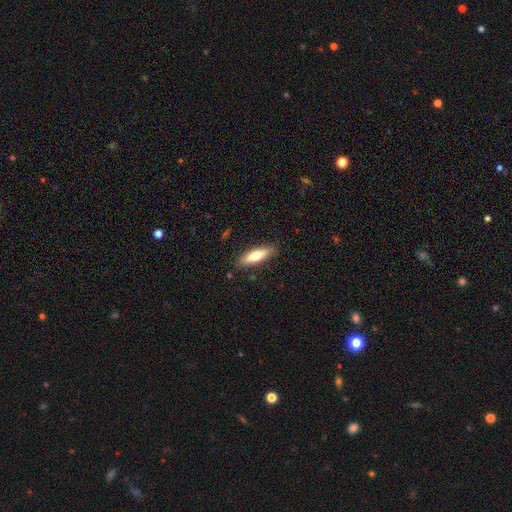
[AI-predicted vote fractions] A smooth galaxy with no disk features (64%) that is cigar-shaped (58%). Merging: none (87%).